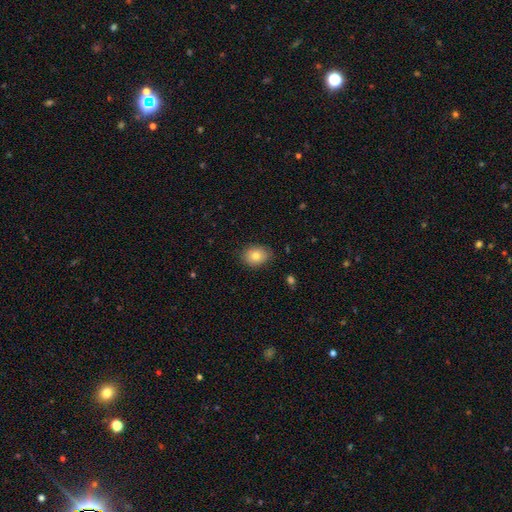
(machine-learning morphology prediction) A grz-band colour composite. It shows a smooth galaxy with no disk features (80%) that is in between round and cigar-shaped (63%). Merging: none (83%).